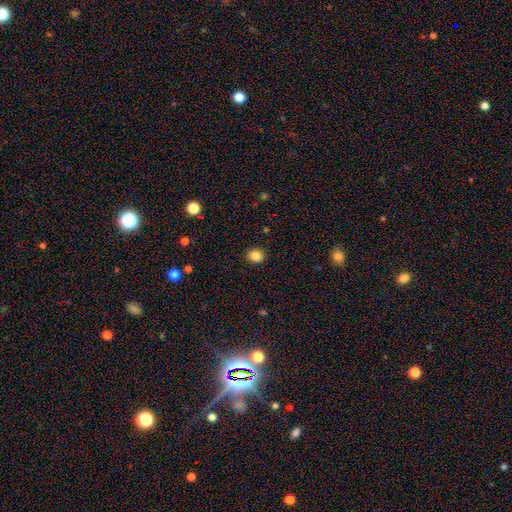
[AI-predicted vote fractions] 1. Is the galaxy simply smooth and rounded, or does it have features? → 85% smooth, 11% star or artifact, 4% featured or disk.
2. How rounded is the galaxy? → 68% round, 31% in between, 1% cigar-shaped.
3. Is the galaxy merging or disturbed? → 90% none, 7% minor disturbance, 2% major disturbance, 1% merger.